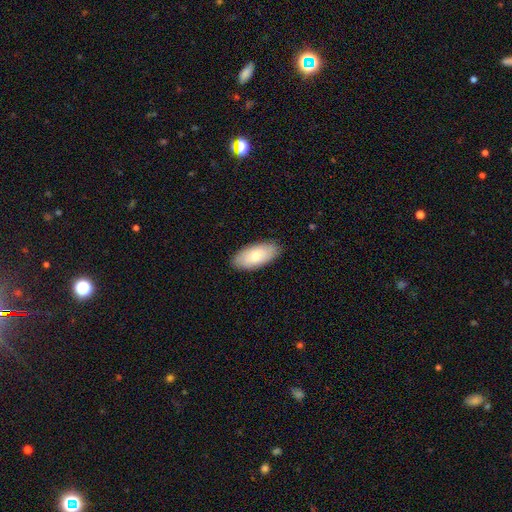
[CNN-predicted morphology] This appears to be a smooth galaxy with no disk features (75%) that is in between round and cigar-shaped (91%). Merging: none (87%).